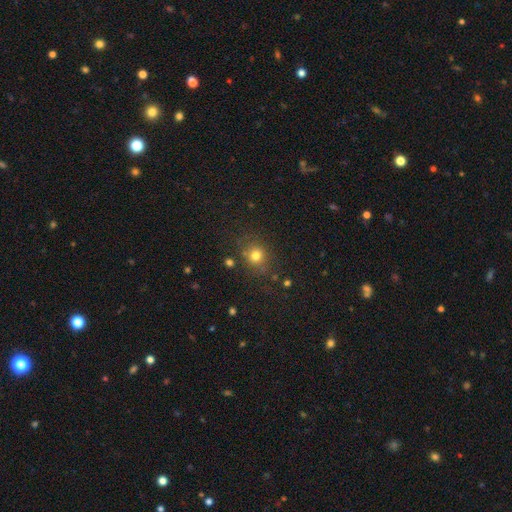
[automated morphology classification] smooth_or_featured: smooth (p=0.75) [alt: star or artifact p=0.17]
how_rounded: round (p=0.80) [alt: in between p=0.19]
merging: none (p=0.78) [alt: minor disturbance p=0.13]